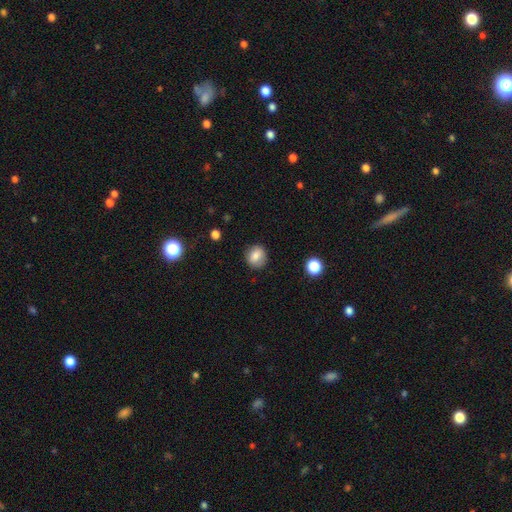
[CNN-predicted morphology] Smooth or featured? smooth (79%)
How rounded? round (79%)
Merging? none (84%)